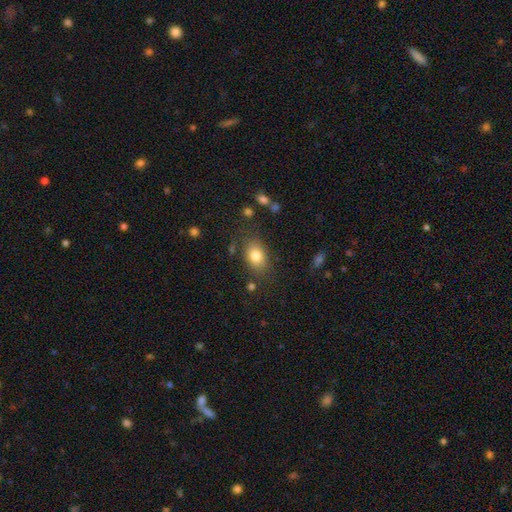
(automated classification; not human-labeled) Morphology: type=smooth (81%); roundness=in between (78%); merging=none (79%).